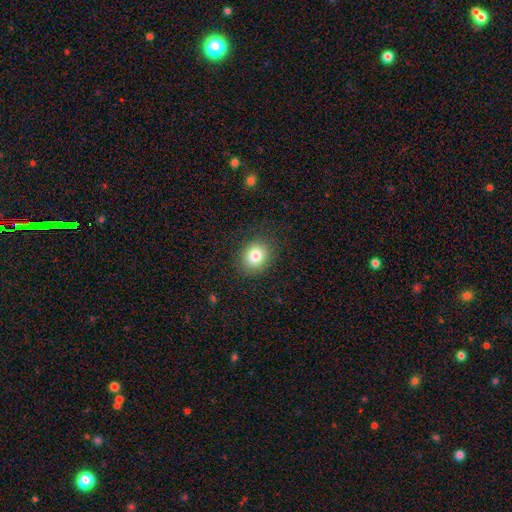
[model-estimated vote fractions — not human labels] Smooth or featured?
  - smooth: 82% *
  - star or artifact: 10%
  - featured or disk: 8%
How rounded?
  - round: 61% *
  - in between: 39%
  - cigar-shaped: 1%
Merging?
  - none: 87% *
  - minor disturbance: 9%
  - major disturbance: 3%
  - merger: 1%